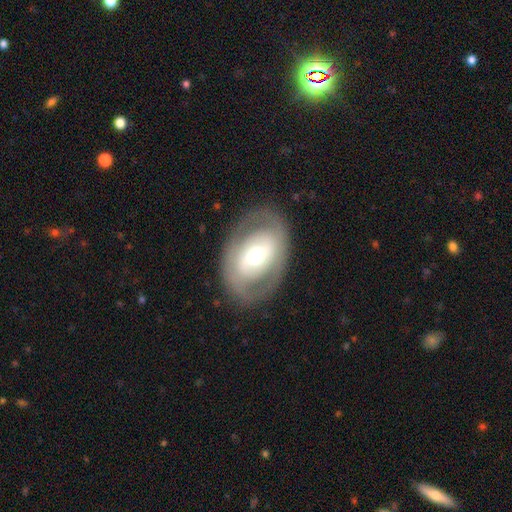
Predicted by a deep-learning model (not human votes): The model was most divided on "bar": no: 51%, weak: 27%, strong: 22%. More confident: edge-on disk — no (92%); merging — none (81%); spiral arms — no (72%); bulge size — moderate (63%); smooth or featured — featured or disk (60%).